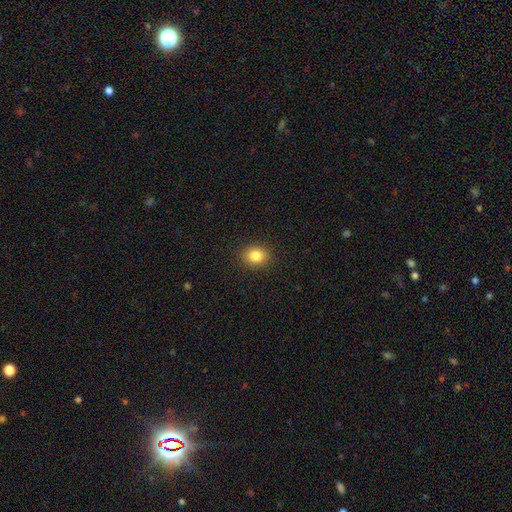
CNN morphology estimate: This appears to be a smooth galaxy with no disk features (84%) that is round (57%). Merging: none (90%).